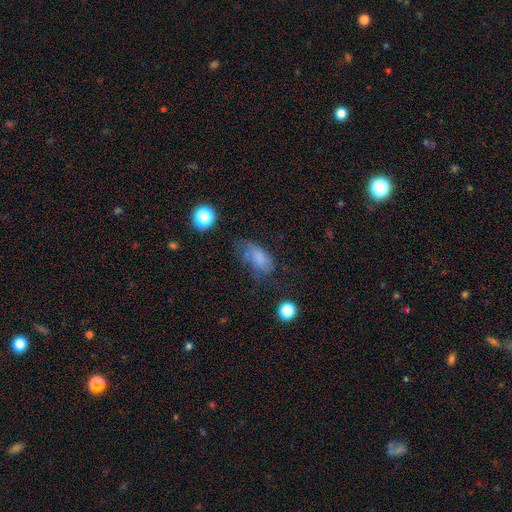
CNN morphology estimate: smooth-or-featured: smooth: 68% | featured or disk: 19% | star or artifact: 13%
  how-rounded: in between: 86% | cigar-shaped: 7% | round: 7%
  merging: none: 45% | minor disturbance: 30% | major disturbance: 21% | merger: 3%